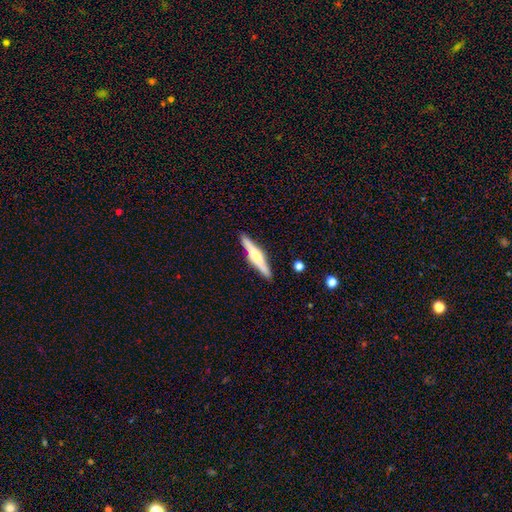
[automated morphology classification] smooth-or-featured: featured or disk: 58% | smooth: 36% | star or artifact: 6%
  disk-edge-on: yes: 97% | no: 3%
    edge-on-bulge: rounded: 60% | boxy: 29% | none: 11%
  merging: none: 88% | minor disturbance: 9% | major disturbance: 2% | merger: 2%